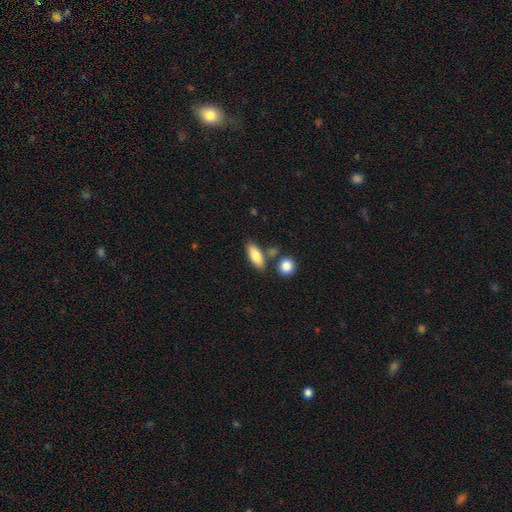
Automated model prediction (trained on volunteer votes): smooth-or-featured: smooth: 80% | featured or disk: 14% | star or artifact: 6%
  how-rounded: in between: 76% | cigar-shaped: 20% | round: 4%
  merging: none: 71% | merger: 13% | minor disturbance: 12% | major disturbance: 3%